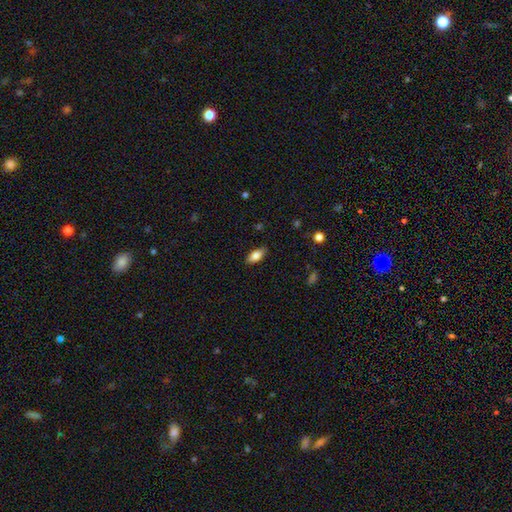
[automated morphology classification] Overall: smooth (78%). How rounded: in between (86%). Merging: none (86%).